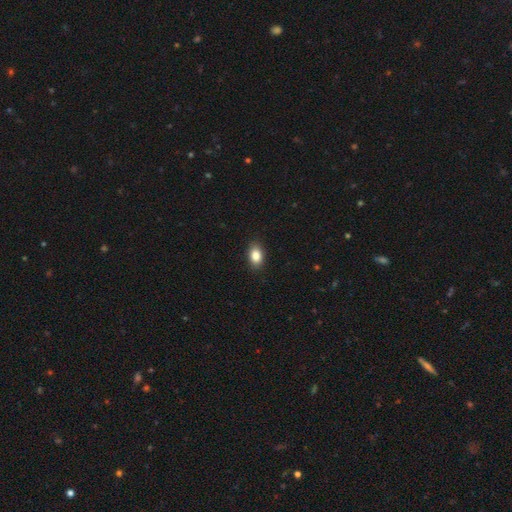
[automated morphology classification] smooth 86%, star or artifact 8%, featured or disk 6%. Down the decision tree: how rounded — in between (86%); merging — none (89%).